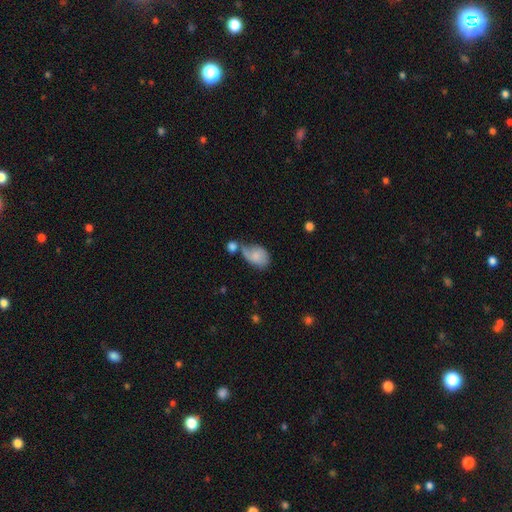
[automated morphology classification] A smooth galaxy with no disk features (69%) that is in between round and cigar-shaped (79%). Merging: merger (31%).